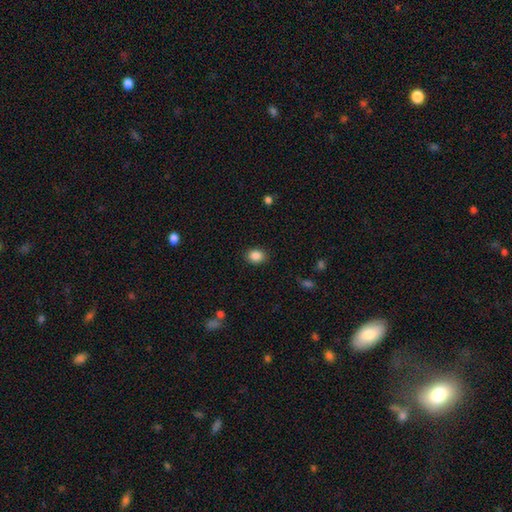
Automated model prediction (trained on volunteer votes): A smooth galaxy with no disk features (87%) that is round (50%).

Vote fractions:
- Smooth or featured? smooth: 87% / star or artifact: 9% / featured or disk: 4%
- How rounded? round: 50% / in between: 49% / cigar-shaped: 1%
- Merging? none: 88% / minor disturbance: 8% / major disturbance: 2% / merger: 1%